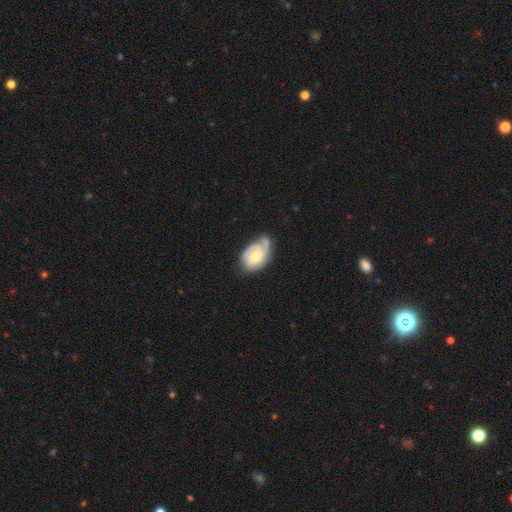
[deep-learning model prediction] A featured or disk galaxy (74%) with no bar (72%), 2 (32%) tight (61%) spiral arms (93%) and a moderate central bulge (60%).

Vote fractions:
- Smooth or featured? featured or disk: 74% / smooth: 20% / star or artifact: 5%
- Edge-on disk? no: 97% / yes: 3%
- Bar? no: 72% / weak: 24% / strong: 4%
- Spiral arms? yes: 93% / no: 7%
- Spiral winding? tight: 61% / medium: 30% / loose: 9%
- Spiral arm count? 2: 32% / 3: 24% / can't tell: 24% / 1: 13% / 4: 4% / more than 4: 3%
- Bulge size? moderate: 60% / small: 32% / large: 5% / none: 2% / dominant: 1%
- Merging? none: 54% / minor disturbance: 31% / major disturbance: 12% / merger: 4%